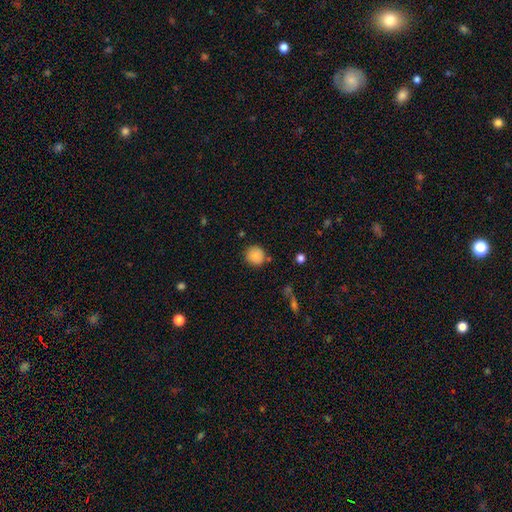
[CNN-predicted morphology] smooth 85%, star or artifact 9%, featured or disk 6%. Down the decision tree: how rounded — round (91%); merging — none (83%).